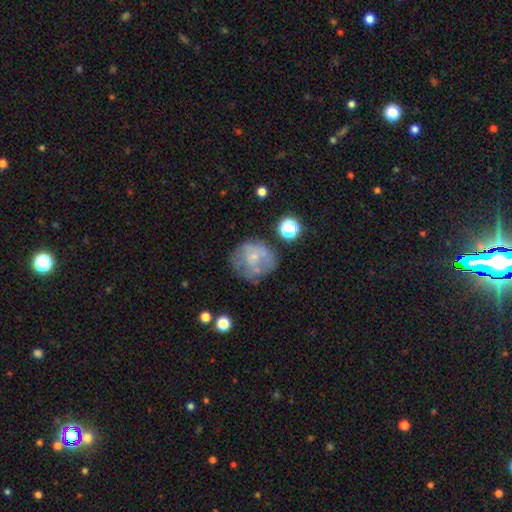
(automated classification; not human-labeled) smooth_or_featured: smooth (p=0.47) [alt: featured or disk p=0.41]
merging: none (p=0.49) [alt: minor disturbance p=0.23]